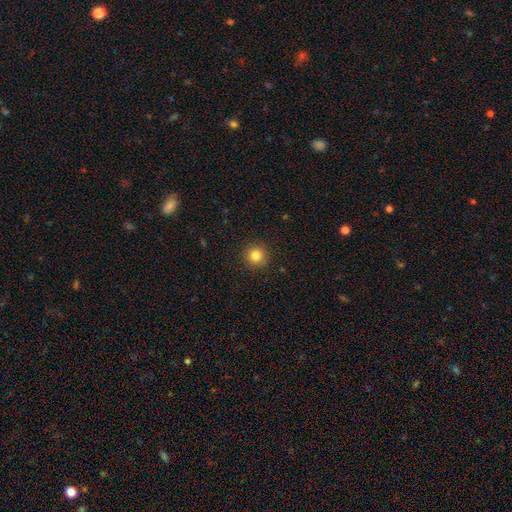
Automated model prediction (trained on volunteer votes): Overall: smooth (84%). How rounded: round (95%). Merging: none (92%).